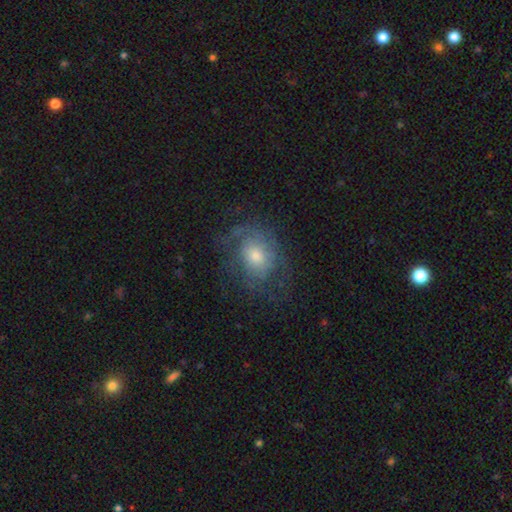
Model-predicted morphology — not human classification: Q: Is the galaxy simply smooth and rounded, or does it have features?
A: featured or disk — 55%.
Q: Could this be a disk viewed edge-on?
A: no — 96%.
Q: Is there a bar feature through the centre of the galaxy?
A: no — 79%.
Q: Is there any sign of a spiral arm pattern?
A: yes — 71%.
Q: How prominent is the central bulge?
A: moderate — 56%.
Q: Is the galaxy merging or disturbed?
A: none — 56%.